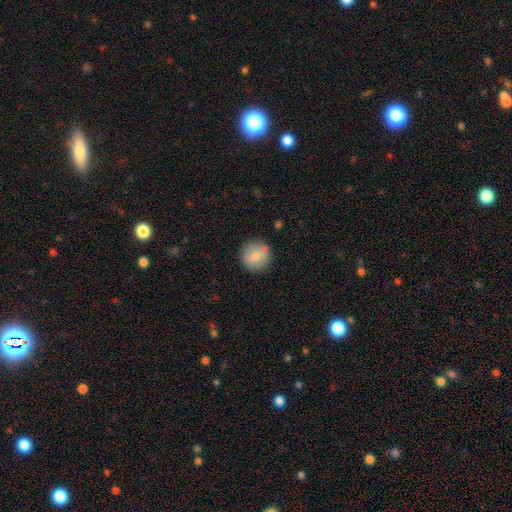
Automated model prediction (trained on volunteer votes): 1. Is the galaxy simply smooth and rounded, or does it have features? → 80% smooth, 13% featured or disk, 8% star or artifact.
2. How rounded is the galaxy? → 93% round, 6% in between, 1% cigar-shaped.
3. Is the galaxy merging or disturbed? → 85% none, 11% minor disturbance, 3% major disturbance, 2% merger.